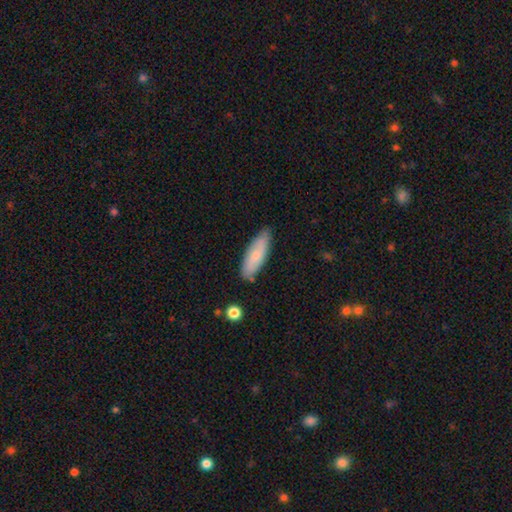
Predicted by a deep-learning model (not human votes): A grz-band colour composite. It shows a smooth galaxy with no disk features (68%) that is in between round and cigar-shaped (55%). Merging: none (80%).